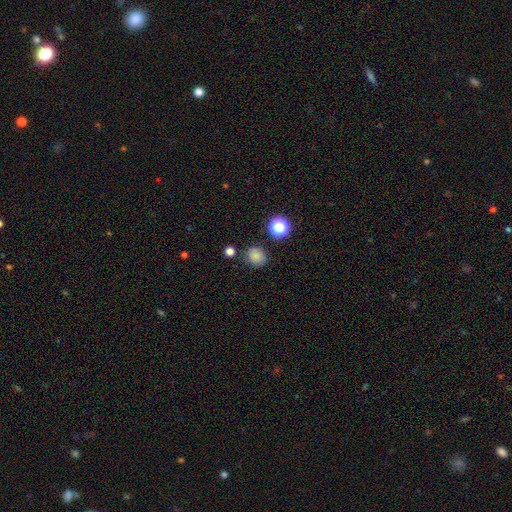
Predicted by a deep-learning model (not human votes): Overall: smooth (78%). How rounded: round (74%). Merging: none (79%).